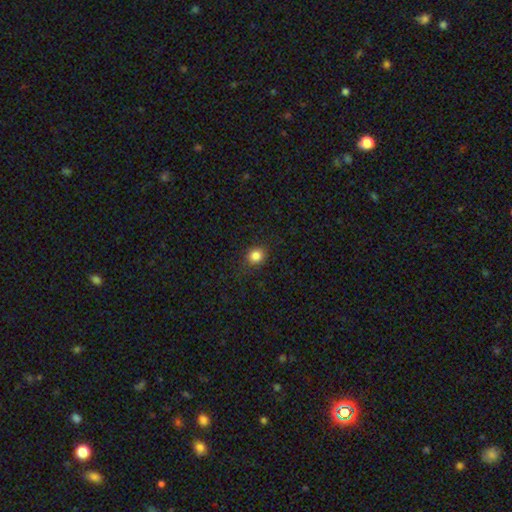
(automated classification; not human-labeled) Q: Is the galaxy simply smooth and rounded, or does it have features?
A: smooth — 84%.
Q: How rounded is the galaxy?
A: round — 84%.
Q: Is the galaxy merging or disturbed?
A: none — 89%.